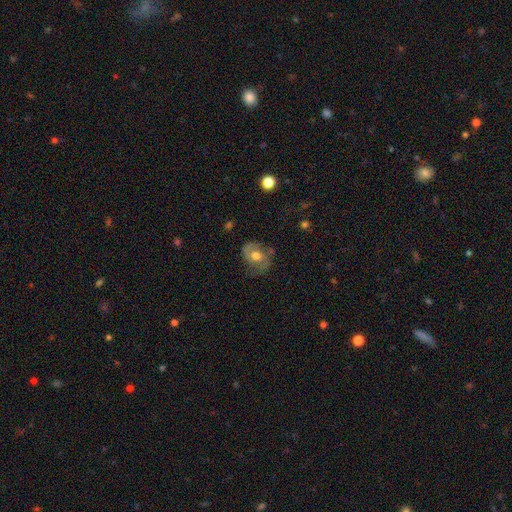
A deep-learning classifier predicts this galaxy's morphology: Smooth or featured: featured or disk — 59% (smooth — 33%)
Edge-on disk: no — 96% (yes — 4%)
Bar: no — 68% (weak — 26%)
Spiral arms: yes — 77% (no — 23%)
Bulge size: moderate — 74% (large — 13%)
Merging: none — 66% (minor disturbance — 22%)